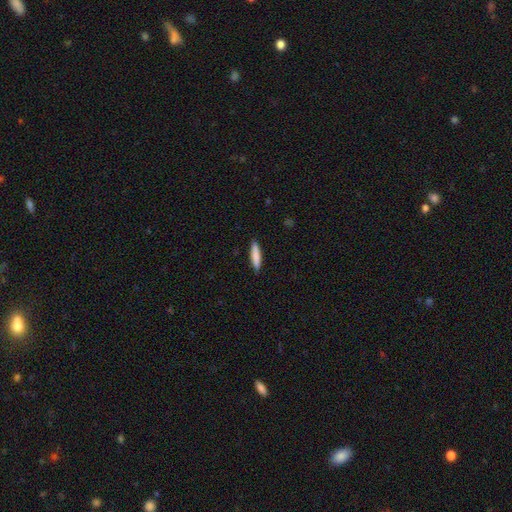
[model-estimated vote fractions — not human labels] Smooth or featured?
  - smooth: 83% *
  - featured or disk: 12%
  - star or artifact: 6%
How rounded?
  - cigar-shaped: 86% *
  - in between: 12%
  - round: 1%
Merging?
  - none: 90% *
  - minor disturbance: 7%
  - major disturbance: 2%
  - merger: 1%